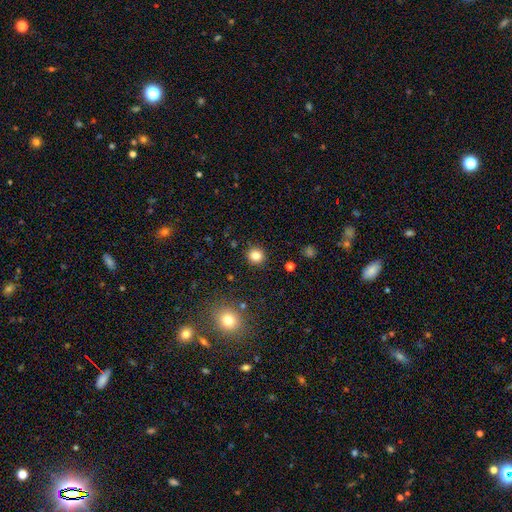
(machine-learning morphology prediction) The model was most divided on "smooth or featured": smooth: 83%, star or artifact: 12%, featured or disk: 5%. More confident: merging — none (91%); how rounded — round (90%).